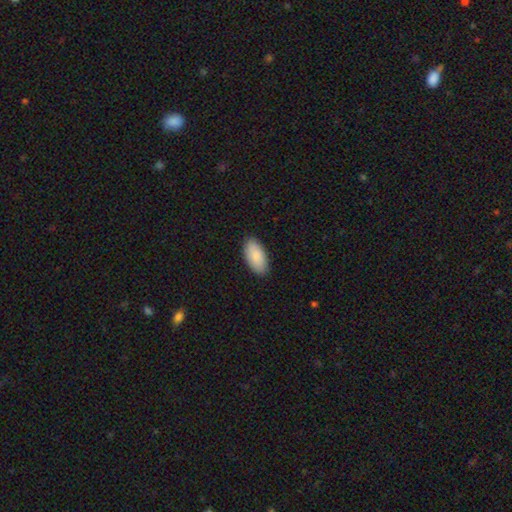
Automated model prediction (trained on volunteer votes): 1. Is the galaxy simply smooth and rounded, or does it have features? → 88% smooth, 6% featured or disk, 5% star or artifact.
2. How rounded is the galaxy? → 94% in between, 4% cigar-shaped, 2% round.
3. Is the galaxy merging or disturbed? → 88% none, 9% minor disturbance, 2% major disturbance, 1% merger.